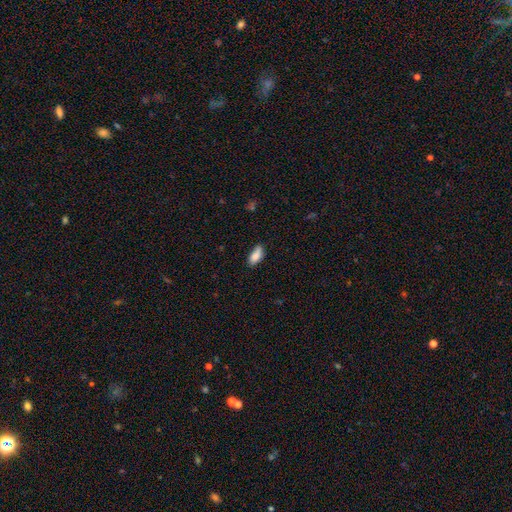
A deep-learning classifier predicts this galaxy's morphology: This is clearly a smooth galaxy (85%). How rounded: clearly in between (86%). Merging: likely none (68%).